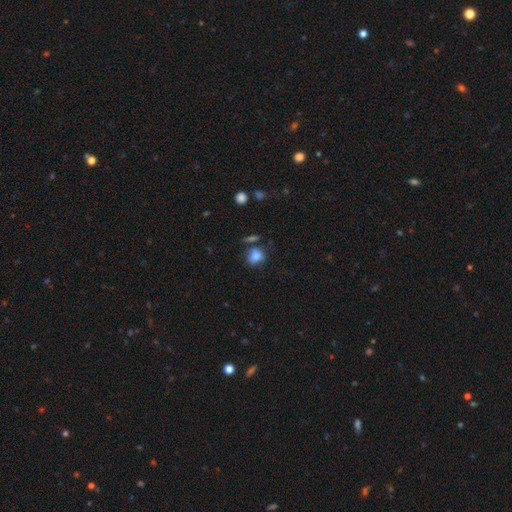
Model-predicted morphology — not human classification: Smooth or featured?
  - smooth: 79% *
  - star or artifact: 11%
  - featured or disk: 10%
How rounded?
  - round: 60% *
  - in between: 39%
  - cigar-shaped: 2%
Merging?
  - none: 56% *
  - minor disturbance: 23%
  - merger: 11%
  - major disturbance: 9%